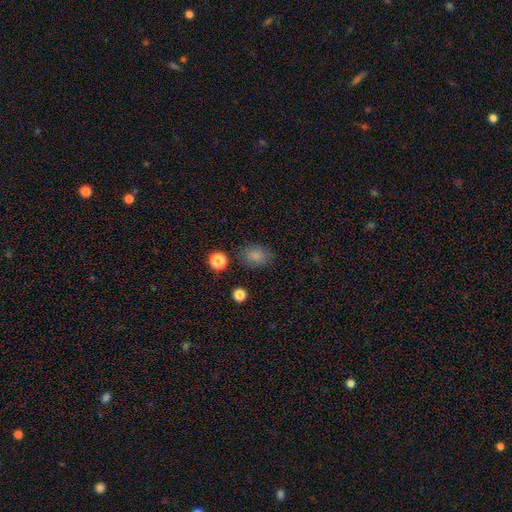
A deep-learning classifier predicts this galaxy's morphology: type=smooth (81%); roundness=in between (58%); merging=none (78%).